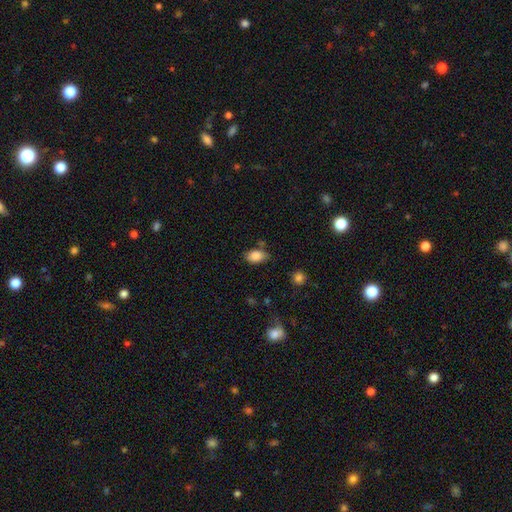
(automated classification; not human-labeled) smooth_or_featured: smooth (p=0.85) [alt: star or artifact p=0.08]
how_rounded: in between (p=0.88) [alt: round p=0.10]
merging: none (p=0.69) [alt: minor disturbance p=0.20]